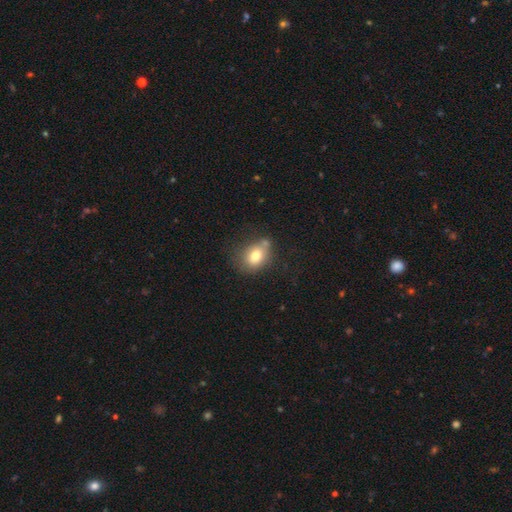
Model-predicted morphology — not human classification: Overall: smooth (74%). How rounded: in between (57%; round 42%). Merging: none (56%; minor disturbance 23%).